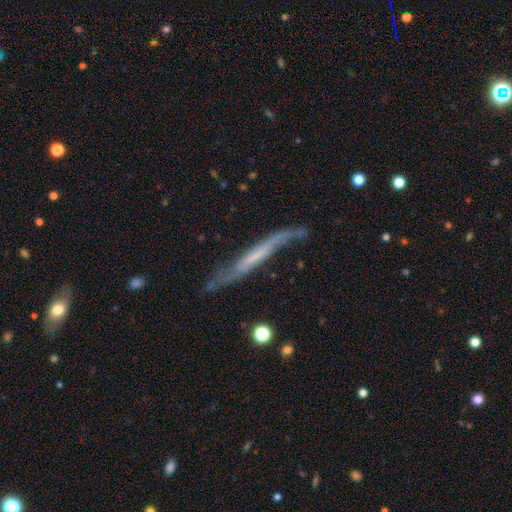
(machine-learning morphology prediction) smooth-or-featured: featured or disk: 67% | smooth: 27% | star or artifact: 7%
  disk-edge-on: yes: 69% | no: 31%
  merging: none: 56% | minor disturbance: 27% | major disturbance: 13% | merger: 5%